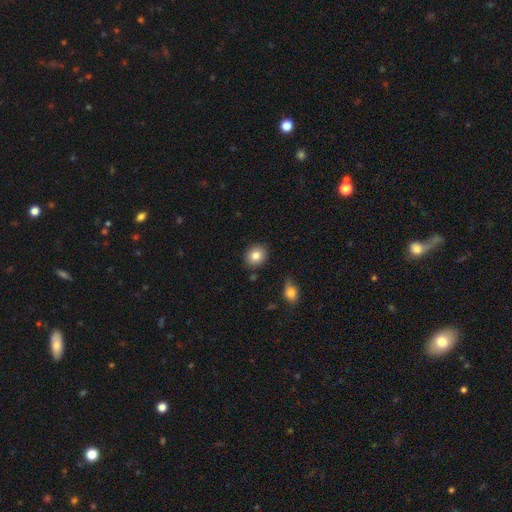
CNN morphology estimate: A smooth galaxy with no disk features (83%) that is round (74%). Merging: none (86%).